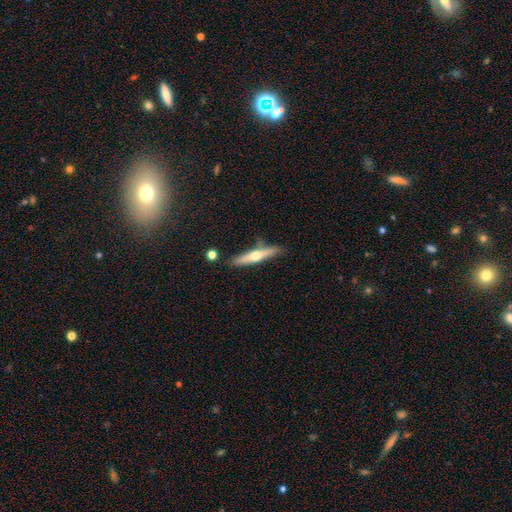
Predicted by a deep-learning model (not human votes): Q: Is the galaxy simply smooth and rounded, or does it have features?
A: featured or disk — 56%.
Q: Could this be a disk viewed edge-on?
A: yes — 96%.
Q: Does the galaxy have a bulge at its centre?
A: rounded — 91%.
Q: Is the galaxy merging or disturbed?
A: none — 80%.